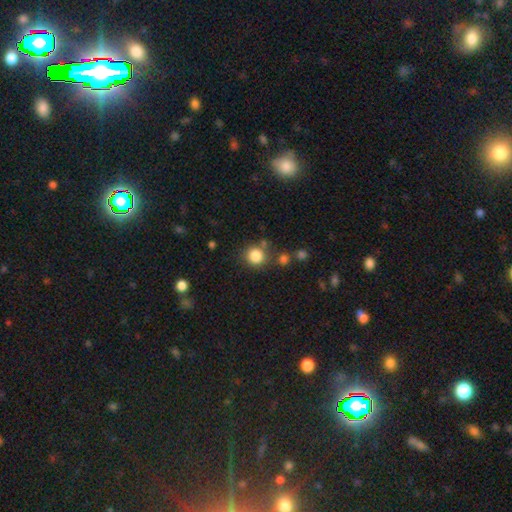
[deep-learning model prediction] This appears to be a smooth galaxy with no disk features (84%) that is round (90%). Merging: none (75%).